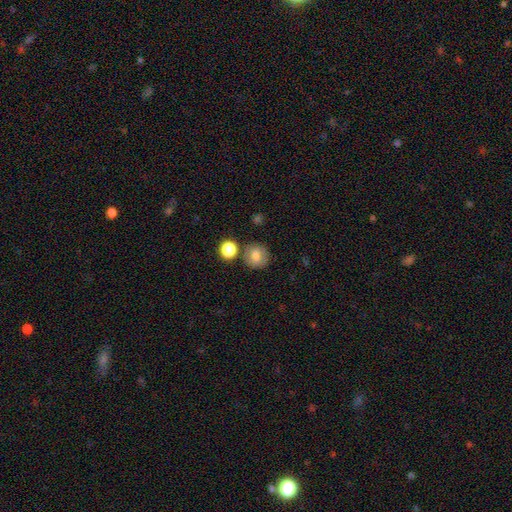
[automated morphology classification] Smooth or featured? smooth (73%)
How rounded? round (88%)
Merging? none (79%)